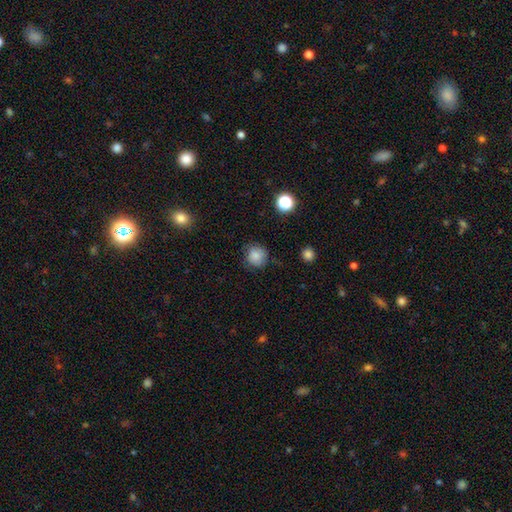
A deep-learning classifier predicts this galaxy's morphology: A smooth galaxy with no disk features (84%) that is round (92%).

Vote fractions:
- Smooth or featured? smooth: 84% / star or artifact: 11% / featured or disk: 6%
- How rounded? round: 92% / in between: 8% / cigar-shaped: 1%
- Merging? none: 78% / minor disturbance: 16% / major disturbance: 4% / merger: 2%